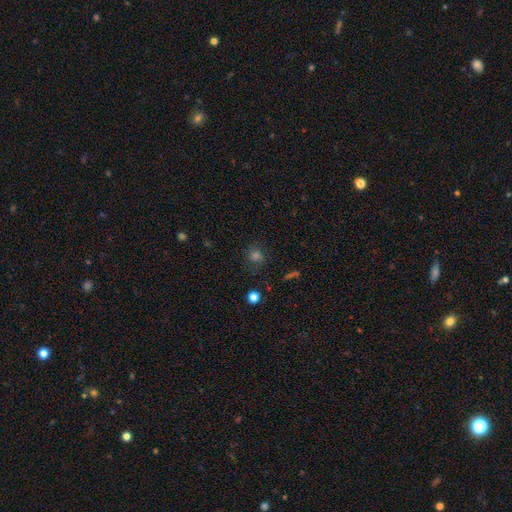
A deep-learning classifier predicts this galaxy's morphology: smooth_or_featured: smooth (p=0.56) [alt: star or artifact p=0.26]
how_rounded: round (p=0.81) [alt: in between p=0.17]
merging: none (p=0.75) [alt: minor disturbance p=0.15]